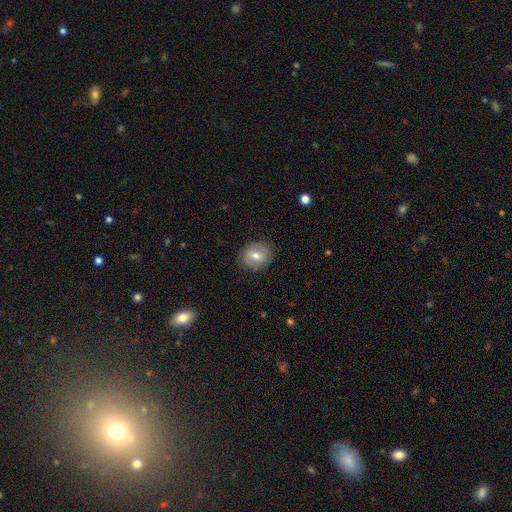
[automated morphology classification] type=smooth (66%); roundness=round (76%); merging=none (85%).